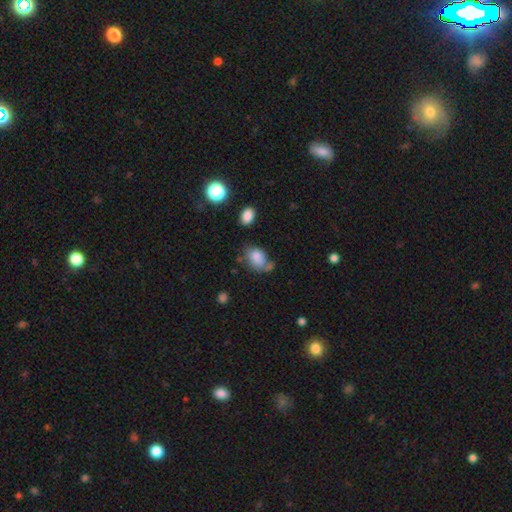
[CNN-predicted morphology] Overall: smooth (78%). How rounded: in between (79%). Merging: none (44%; minor disturbance 26%).